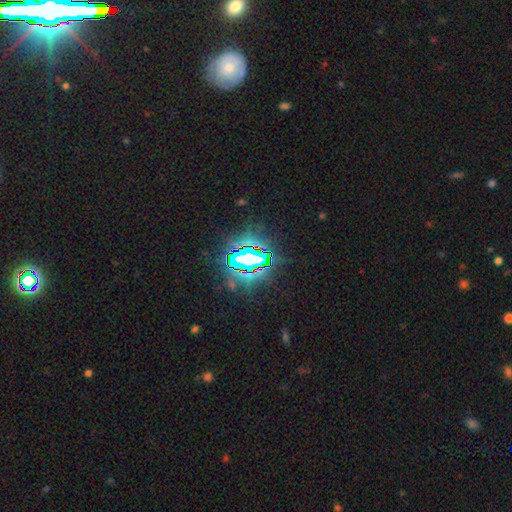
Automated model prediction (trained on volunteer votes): A star or artifact, not a galaxy (81%).